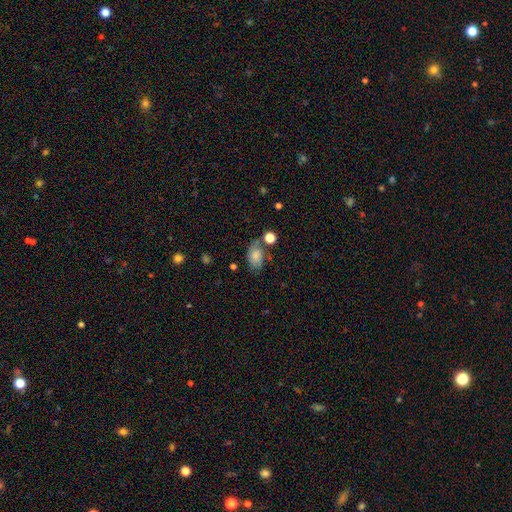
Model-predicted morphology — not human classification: Smooth or featured?
  - smooth: 73% *
  - featured or disk: 18%
  - star or artifact: 10%
How rounded?
  - in between: 84% *
  - round: 15%
  - cigar-shaped: 2%
Merging?
  - none: 46% *
  - minor disturbance: 27%
  - merger: 13%
  - major disturbance: 13%